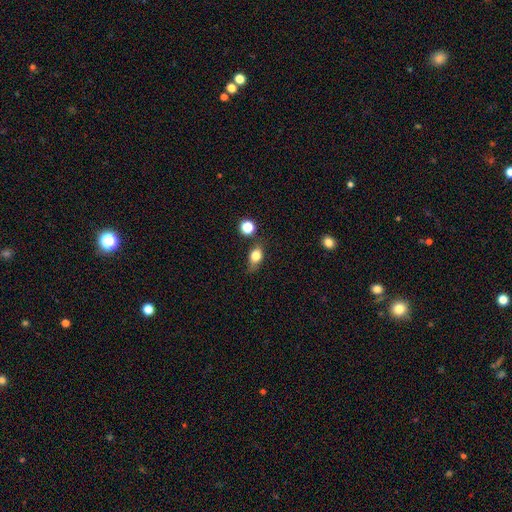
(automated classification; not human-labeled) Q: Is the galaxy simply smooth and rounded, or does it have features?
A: smooth — 77%.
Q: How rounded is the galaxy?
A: in between — 74%.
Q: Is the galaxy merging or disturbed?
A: none — 66%.